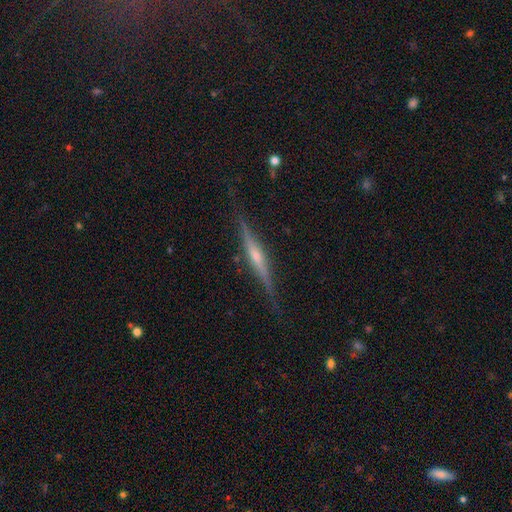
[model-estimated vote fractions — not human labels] smooth_or_featured: featured or disk (p=0.76) [alt: smooth p=0.18]
disk_edge_on: yes (p=0.97) [alt: no p=0.03]
edge_on_bulge: rounded (p=0.69) [alt: none p=0.22]
merging: none (p=0.84) [alt: minor disturbance p=0.12]